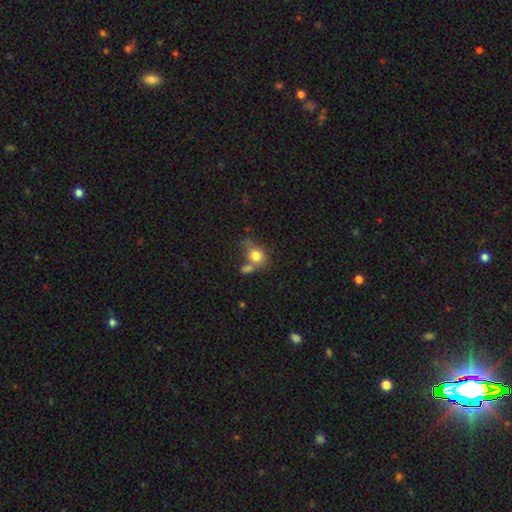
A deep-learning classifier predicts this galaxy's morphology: type=smooth (77%); roundness=round (60%); merging=none (36%).